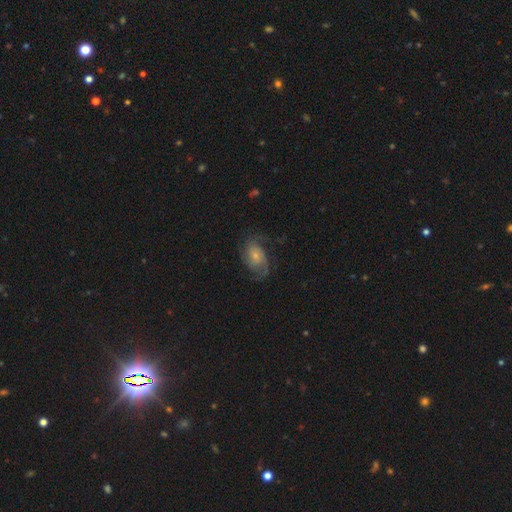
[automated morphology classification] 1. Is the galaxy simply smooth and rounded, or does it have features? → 68% featured or disk, 25% smooth, 7% star or artifact.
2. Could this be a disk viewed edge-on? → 97% no, 3% yes.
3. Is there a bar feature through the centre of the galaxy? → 69% no, 27% weak, 5% strong.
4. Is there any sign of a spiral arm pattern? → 90% yes, 10% no.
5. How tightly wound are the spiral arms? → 44% medium, 31% loose, 25% tight.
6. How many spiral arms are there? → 58% 2, 19% can't tell, 10% 3, 7% 1, 3% 4, 3% more than 4.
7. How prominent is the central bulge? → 65% small, 26% moderate, 5% none, 3% large, 1% dominant.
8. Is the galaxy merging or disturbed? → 59% none, 22% minor disturbance, 17% major disturbance, 1% merger.